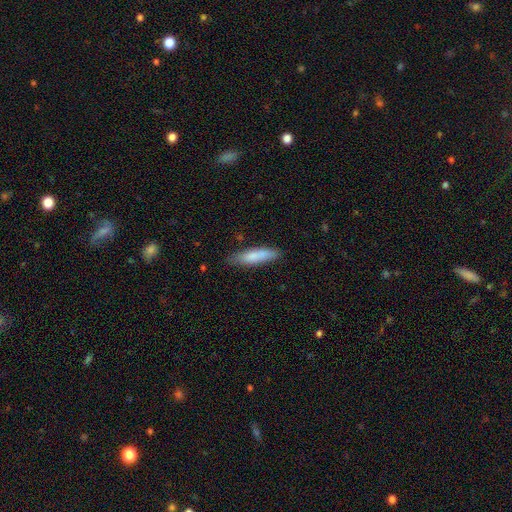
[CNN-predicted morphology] A smooth galaxy with no disk features (81%) that is cigar-shaped (75%). Merging: none (82%).